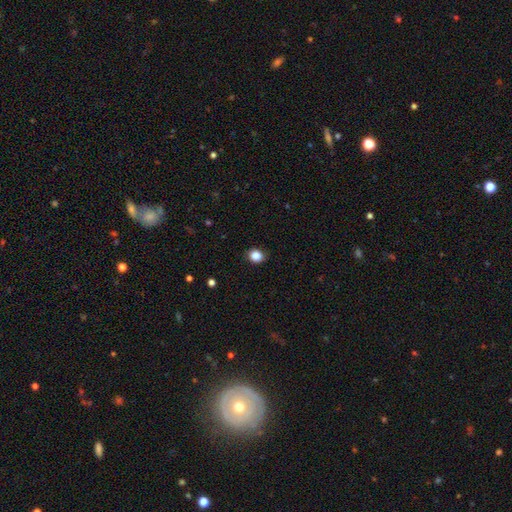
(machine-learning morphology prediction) Overall: smooth (86%). How rounded: round (71%). Merging: none (89%).